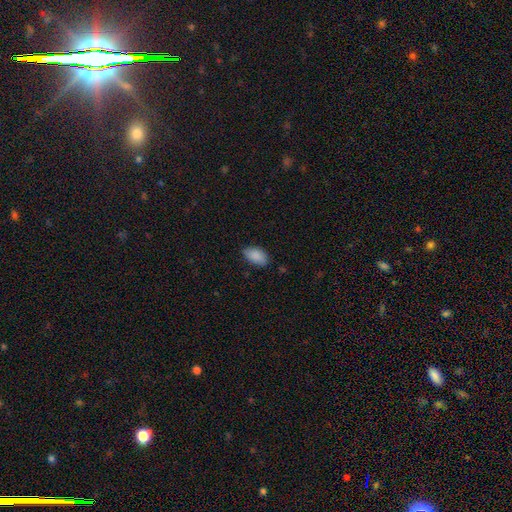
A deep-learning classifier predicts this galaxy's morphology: smooth_or_featured: smooth (p=0.89) [alt: star or artifact p=0.07]
how_rounded: in between (p=0.94) [alt: round p=0.04]
merging: none (p=0.82) [alt: minor disturbance p=0.14]